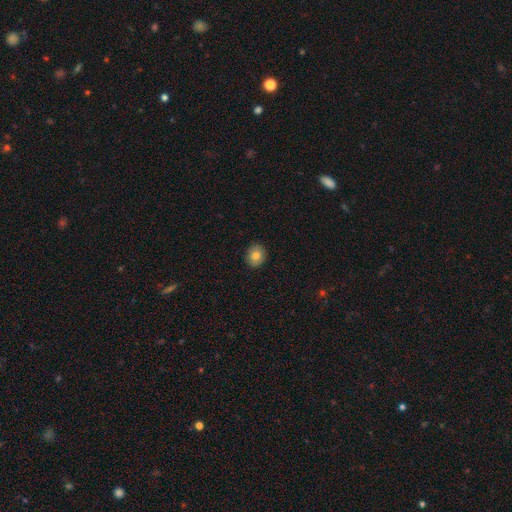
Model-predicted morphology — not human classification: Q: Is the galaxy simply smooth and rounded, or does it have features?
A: smooth — 80%.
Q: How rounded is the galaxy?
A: round — 72%.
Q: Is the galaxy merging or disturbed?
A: none — 89%.